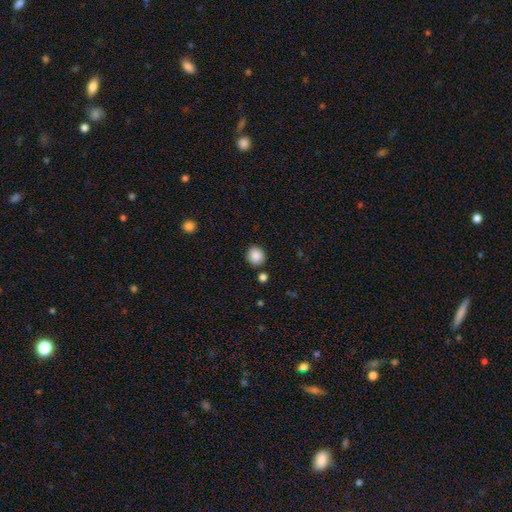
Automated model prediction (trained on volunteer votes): Smooth or featured: smooth — 88% (star or artifact — 9%)
How rounded: round — 84% (in between — 15%)
Merging: none — 85% (minor disturbance — 9%)